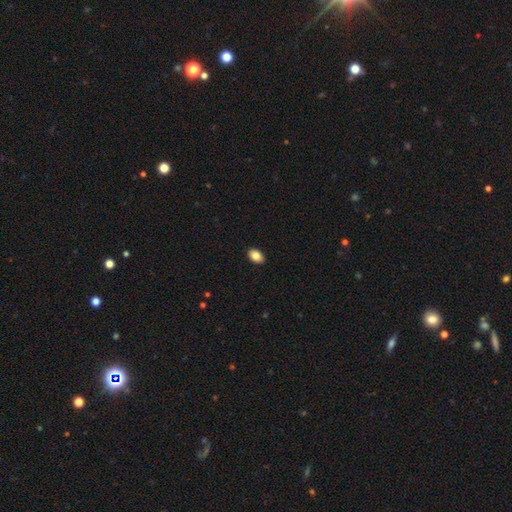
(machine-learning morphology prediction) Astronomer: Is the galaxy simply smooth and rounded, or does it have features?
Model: smooth — 86%.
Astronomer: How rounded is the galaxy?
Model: in between — 88%.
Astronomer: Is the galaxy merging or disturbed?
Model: none — 90%.